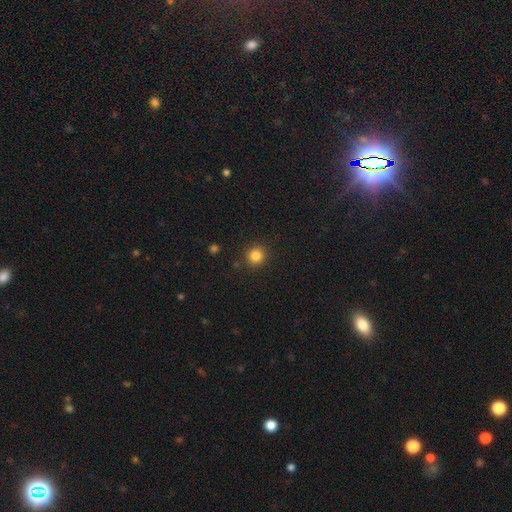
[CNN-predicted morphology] A smooth galaxy with no disk features (84%) that is round (92%). Merging: none (89%).